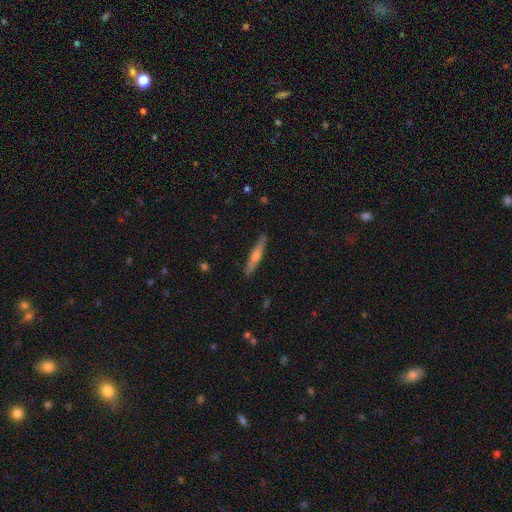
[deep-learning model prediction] Morphology: type=featured or disk (52%); edge-on=yes (95%); merging=none (90%).